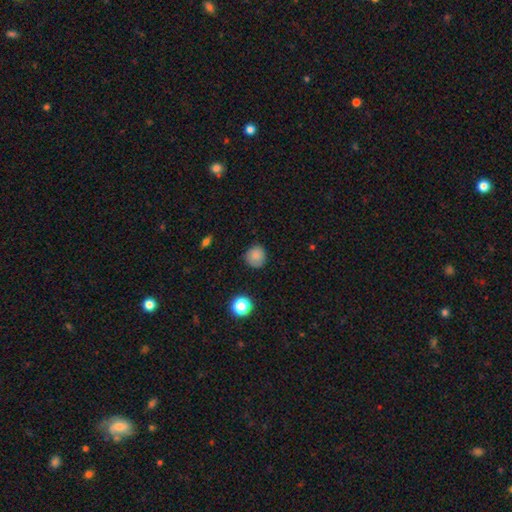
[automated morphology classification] Smooth or featured? Predicted: smooth (p=0.85). How rounded? Predicted: round (p=0.90). Merging? Predicted: none (p=0.85).